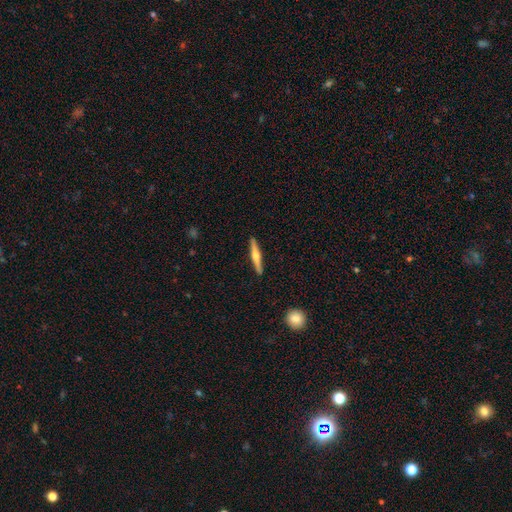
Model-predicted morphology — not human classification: smooth_or_featured: featured or disk (p=0.59) [alt: smooth p=0.36]
disk_edge_on: yes (p=0.97) [alt: no p=0.03]
edge_on_bulge: rounded (p=0.88) [alt: none p=0.06]
merging: none (p=0.91) [alt: minor disturbance p=0.06]